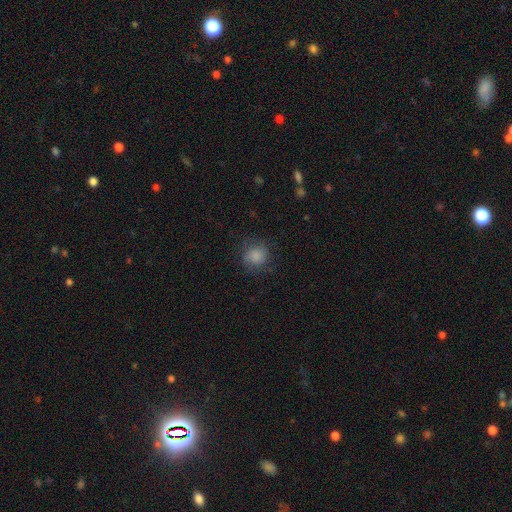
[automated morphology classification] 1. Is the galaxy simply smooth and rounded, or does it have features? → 82% smooth, 9% featured or disk, 9% star or artifact.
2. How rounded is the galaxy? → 86% round, 13% in between, 1% cigar-shaped.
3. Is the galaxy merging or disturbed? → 75% none, 17% minor disturbance, 7% major disturbance, 1% merger.